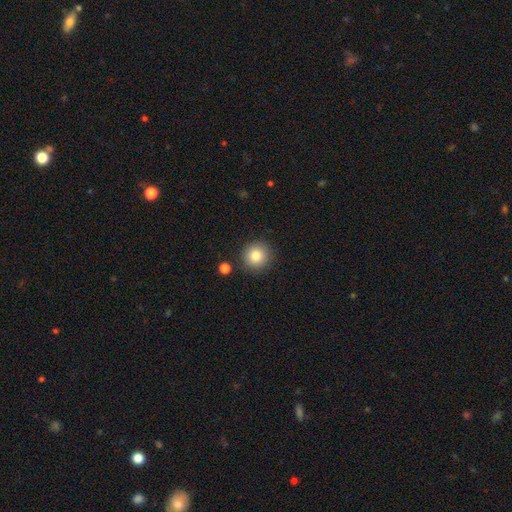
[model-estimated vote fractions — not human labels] Smooth or featured? Predicted: smooth (p=0.82). How rounded? Predicted: round (p=0.94). Merging? Predicted: none (p=0.88).